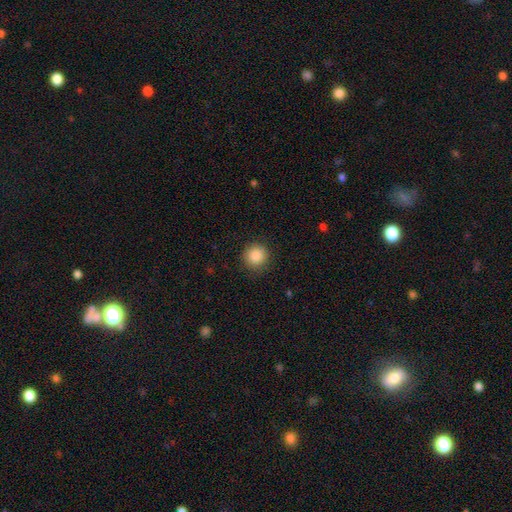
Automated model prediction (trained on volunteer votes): Smooth or featured?
  - smooth: 87% *
  - star or artifact: 9%
  - featured or disk: 4%
How rounded?
  - round: 93% *
  - in between: 7%
  - cigar-shaped: 1%
Merging?
  - none: 89% *
  - minor disturbance: 7%
  - major disturbance: 3%
  - merger: 1%